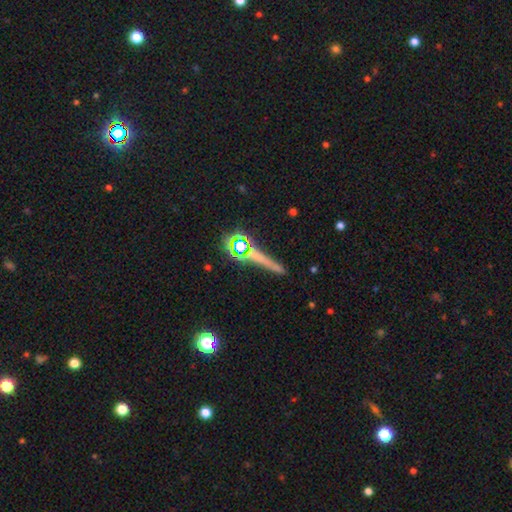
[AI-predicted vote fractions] Smooth or featured: smooth — 38% (star or artifact — 35%)
Merging: none — 75% (minor disturbance — 12%)